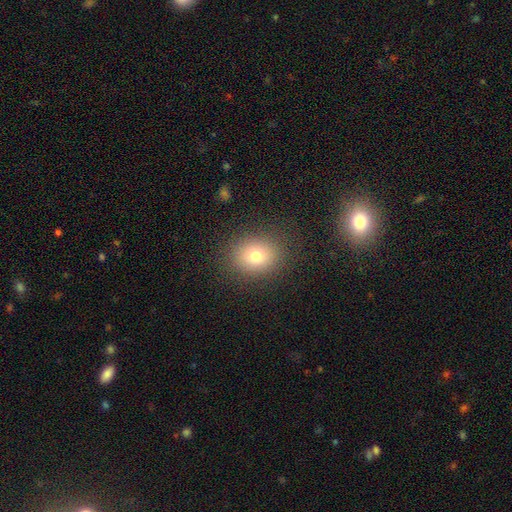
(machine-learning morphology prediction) A smooth galaxy with no disk features (75%) that is round (66%).

Vote fractions:
- Smooth or featured? smooth: 75% / star or artifact: 14% / featured or disk: 11%
- How rounded? round: 66% / in between: 33% / cigar-shaped: 1%
- Merging? none: 87% / minor disturbance: 8% / major disturbance: 4% / merger: 1%